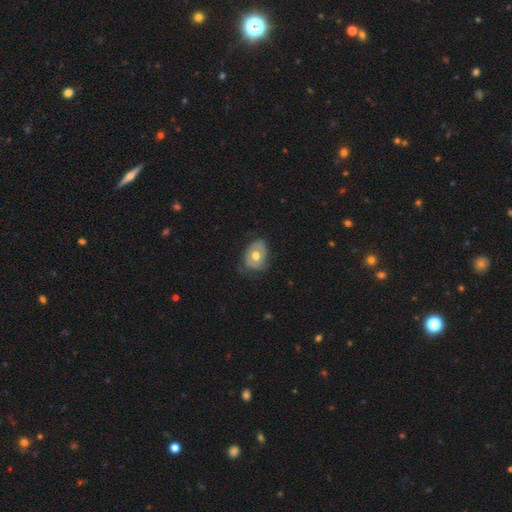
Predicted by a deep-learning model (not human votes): Q: Smooth or featured?
A: smooth (51%); runner-up: featured or disk (42%)
Q: How rounded?
A: in between (59%); runner-up: round (40%)
Q: Merging?
A: none (53%); runner-up: minor disturbance (33%)